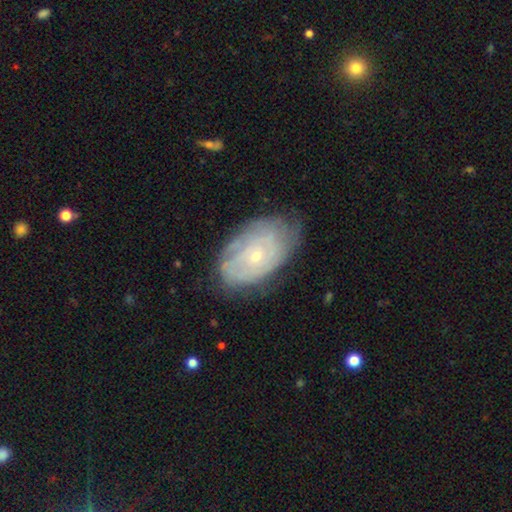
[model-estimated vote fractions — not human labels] smooth-or-featured: featured or disk: 69% | smooth: 24% | star or artifact: 7%
  disk-edge-on: no: 95% | yes: 5%
    bar: no: 81% | weak: 16% | strong: 3%
    has-spiral-arms: yes: 79% | no: 21%
      spiral-winding: tight: 75% | medium: 19% | loose: 6%
      spiral-arm-count: can't tell: 62% | 2: 13% | 3: 8% | 4: 8% | more than 4: 5% | 1: 4%
    bulge-size: small: 75% | moderate: 22% | none: 1% | large: 1% | dominant: 1%
  merging: none: 67% | minor disturbance: 24% | major disturbance: 8% | merger: 1%